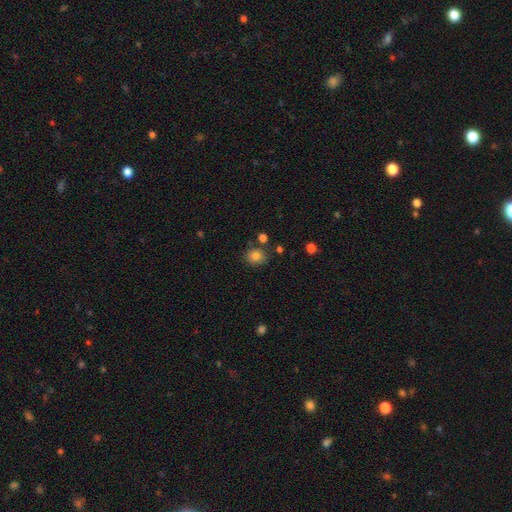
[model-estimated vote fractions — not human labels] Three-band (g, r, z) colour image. It shows a smooth galaxy with no disk features (81%) that is round (68%). Merging: none (77%).